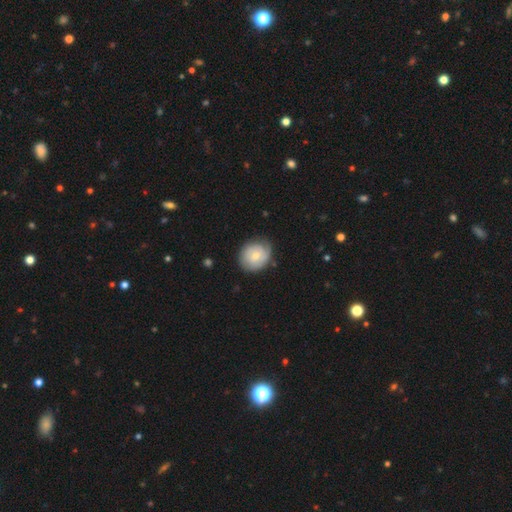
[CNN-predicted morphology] A smooth galaxy with no disk features (47%).

Vote fractions:
- Smooth or featured? smooth: 47% / featured or disk: 46% / star or artifact: 6%
- Merging? none: 73% / minor disturbance: 20% / major disturbance: 6% / merger: 1%